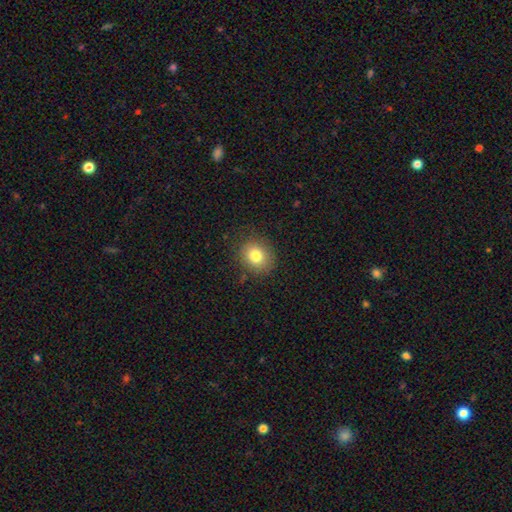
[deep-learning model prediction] Smooth or featured: smooth — 80% (star or artifact — 11%)
How rounded: round — 73% (in between — 27%)
Merging: none — 86% (minor disturbance — 10%)